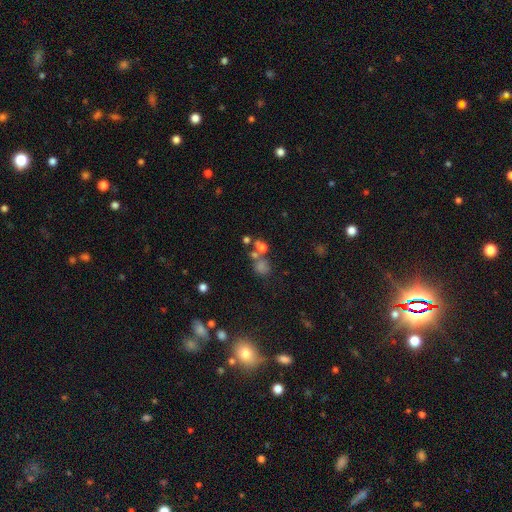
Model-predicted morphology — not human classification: A smooth galaxy with no disk features (48%).

Vote fractions:
- Smooth or featured? smooth: 48% / star or artifact: 40% / featured or disk: 12%
- Merging? none: 59% / merger: 25% / minor disturbance: 10% / major disturbance: 6%